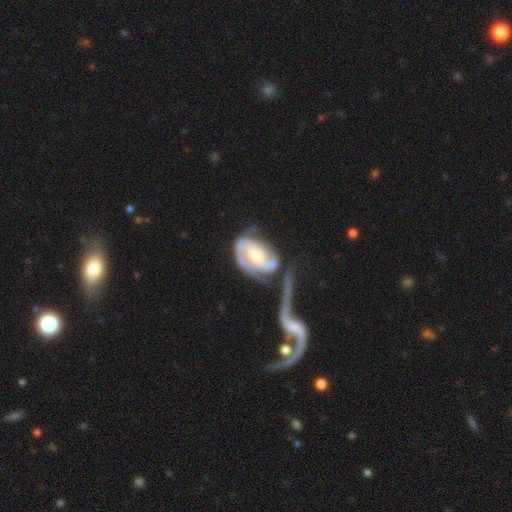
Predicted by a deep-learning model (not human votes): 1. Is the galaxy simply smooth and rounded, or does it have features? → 86% featured or disk, 10% smooth, 5% star or artifact.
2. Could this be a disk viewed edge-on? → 97% no, 3% yes.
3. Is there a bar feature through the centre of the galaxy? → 52% no, 34% weak, 13% strong.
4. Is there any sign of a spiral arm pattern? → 95% yes, 5% no.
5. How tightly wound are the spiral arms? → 42% medium, 41% tight, 17% loose.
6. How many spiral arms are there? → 77% 2, 8% can't tell, 6% 1, 5% 3, 2% 4, 2% more than 4.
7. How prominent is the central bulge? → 49% moderate, 32% small, 11% large, 5% none, 2% dominant.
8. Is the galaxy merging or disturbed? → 31% none, 29% merger, 23% major disturbance, 17% minor disturbance.